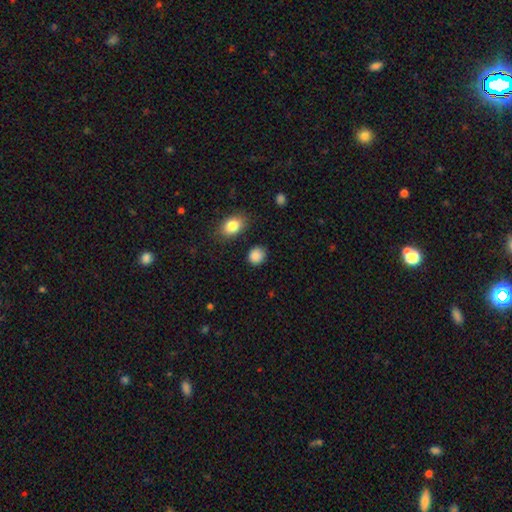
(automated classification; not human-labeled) Smooth or featured? smooth (88%)
How rounded? round (74%)
Merging? none (84%)